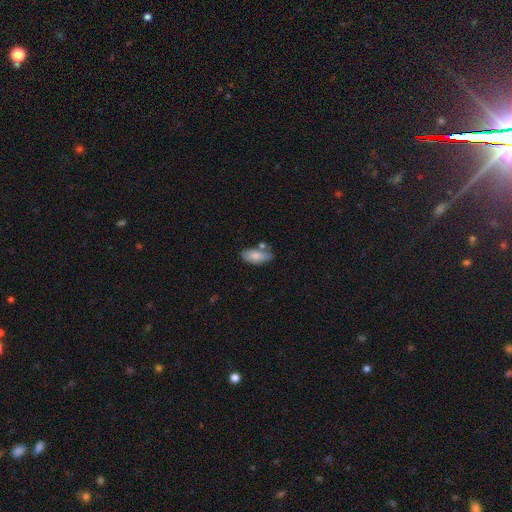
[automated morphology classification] A smooth galaxy with no disk features (80%) that is in between round and cigar-shaped (89%). Merging: none (55%).